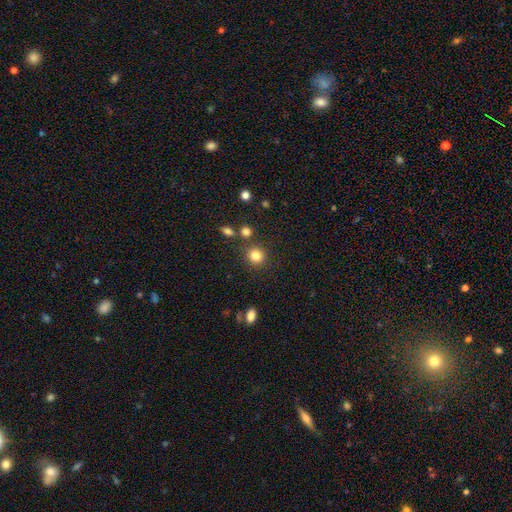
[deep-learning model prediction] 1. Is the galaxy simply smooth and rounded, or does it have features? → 84% smooth, 11% star or artifact, 5% featured or disk.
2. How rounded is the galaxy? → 89% round, 10% in between, 1% cigar-shaped.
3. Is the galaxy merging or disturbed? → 82% none, 8% minor disturbance, 6% merger, 3% major disturbance.